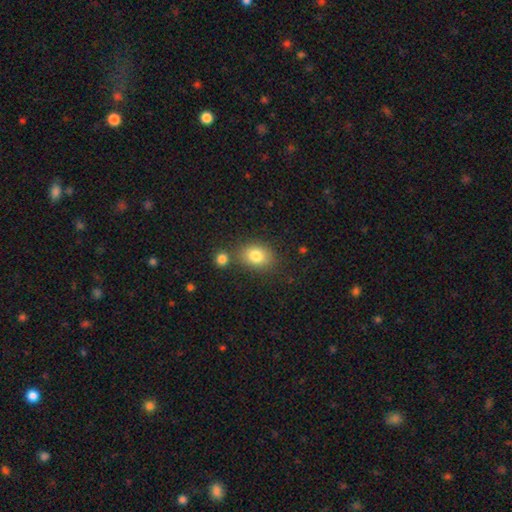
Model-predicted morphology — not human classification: type=smooth (81%); roundness=in between (63%); merging=none (70%).